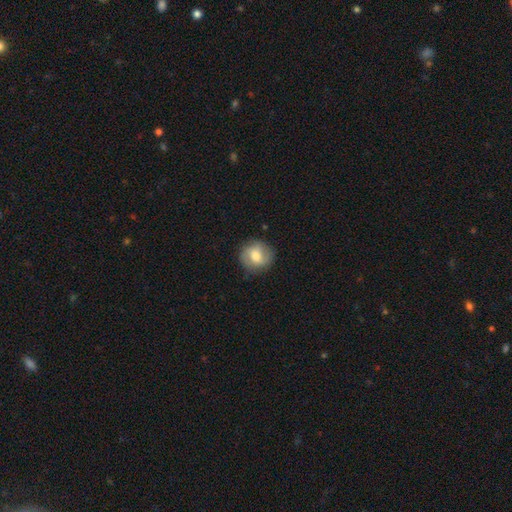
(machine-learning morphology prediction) smooth-or-featured: smooth: 61% | featured or disk: 31% | star or artifact: 8%
  how-rounded: round: 87% | in between: 12% | cigar-shaped: 1%
  merging: none: 82% | minor disturbance: 13% | major disturbance: 4% | merger: 1%